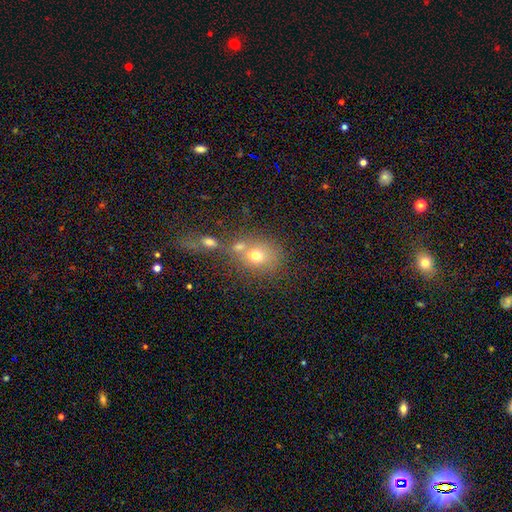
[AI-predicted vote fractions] Q: Smooth or featured?
A: smooth (69%); runner-up: featured or disk (17%)
Q: How rounded?
A: round (65%); runner-up: in between (34%)
Q: Merging?
A: none (43%); runner-up: merger (40%)